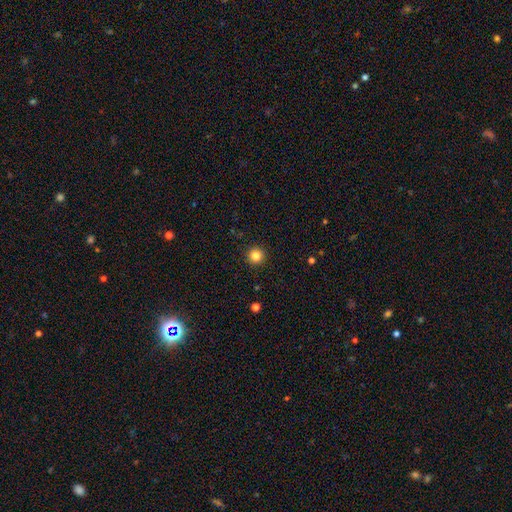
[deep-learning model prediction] Smooth or featured?
  - smooth: 84% *
  - star or artifact: 12%
  - featured or disk: 4%
How rounded?
  - round: 96% *
  - in between: 3%
  - cigar-shaped: 1%
Merging?
  - none: 93% *
  - minor disturbance: 5%
  - major disturbance: 2%
  - merger: 1%